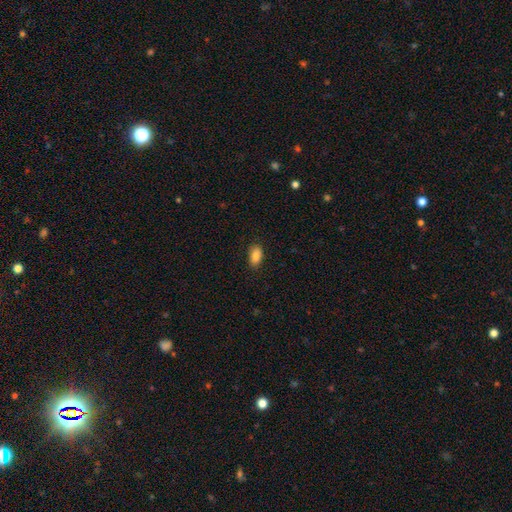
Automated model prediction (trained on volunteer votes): A smooth galaxy with no disk features (88%) that is in between round and cigar-shaped (92%).

Vote fractions:
- Smooth or featured? smooth: 88% / star or artifact: 8% / featured or disk: 5%
- How rounded? in between: 92% / round: 4% / cigar-shaped: 3%
- Merging? none: 87% / minor disturbance: 10% / major disturbance: 2% / merger: 1%